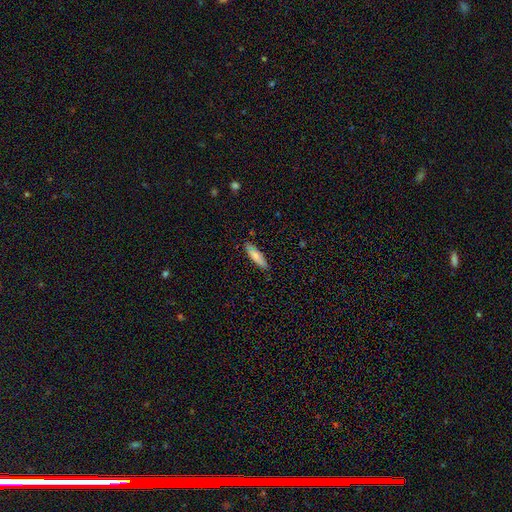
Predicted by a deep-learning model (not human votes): A smooth galaxy with no disk features (76%) that is cigar-shaped (55%).

Vote fractions:
- Smooth or featured? smooth: 76% / featured or disk: 18% / star or artifact: 6%
- How rounded? cigar-shaped: 55% / in between: 44% / round: 2%
- Merging? none: 83% / minor disturbance: 14% / major disturbance: 2% / merger: 1%